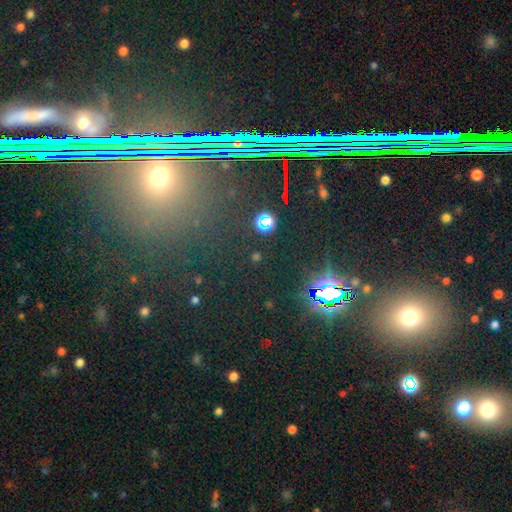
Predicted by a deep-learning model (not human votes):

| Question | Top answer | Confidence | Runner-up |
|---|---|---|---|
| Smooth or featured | star or artifact | 64% | smooth (28%) |